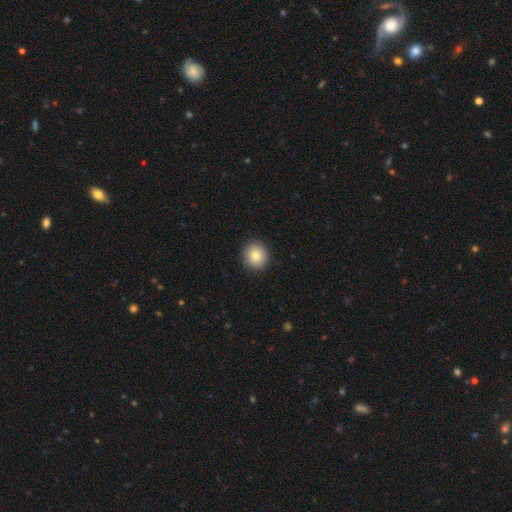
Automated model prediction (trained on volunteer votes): The model was most divided on "smooth or featured": smooth: 83%, star or artifact: 9%, featured or disk: 8%. More confident: merging — none (91%); how rounded — round (89%).